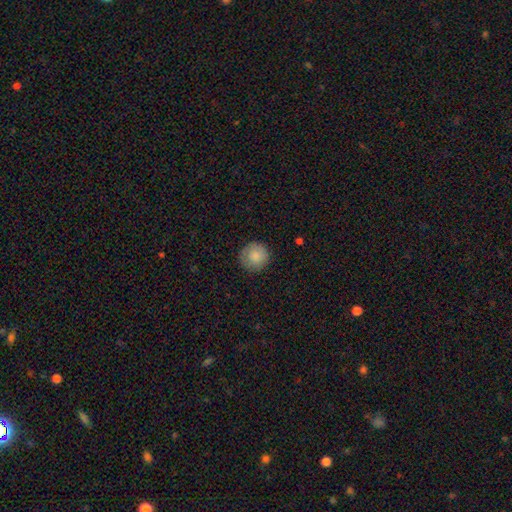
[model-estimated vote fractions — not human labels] Smooth or featured? smooth (85%)
How rounded? round (95%)
Merging? none (86%)